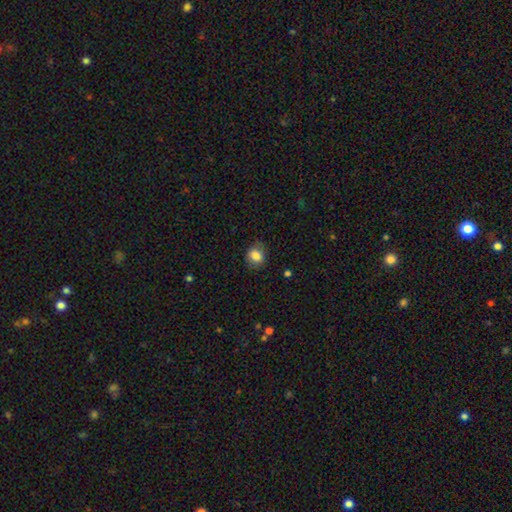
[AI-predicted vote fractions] Smooth or featured: smooth — 83% (star or artifact — 9%)
How rounded: round — 59% (in between — 40%)
Merging: none — 79% (minor disturbance — 16%)